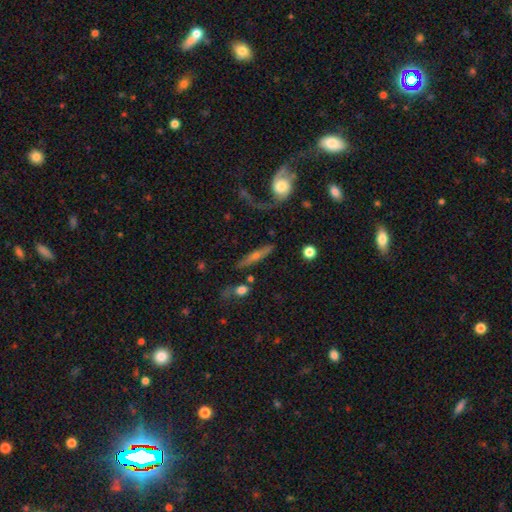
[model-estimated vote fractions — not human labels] smooth_or_featured: featured or disk (p=0.66) [alt: smooth p=0.26]
disk_edge_on: yes (p=0.74) [alt: no p=0.26]
merging: none (p=0.67) [alt: minor disturbance p=0.16]